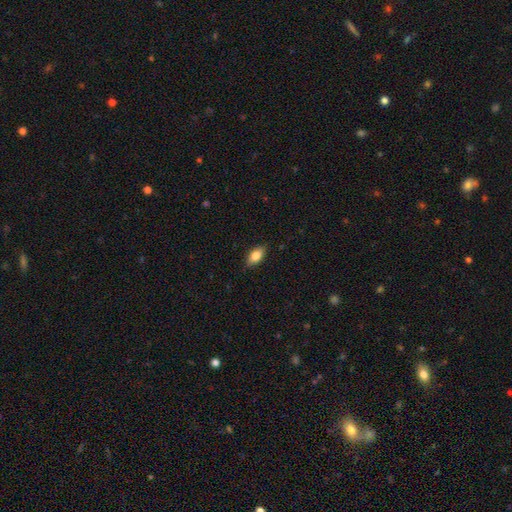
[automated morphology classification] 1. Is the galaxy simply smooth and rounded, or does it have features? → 79% smooth, 13% featured or disk, 8% star or artifact.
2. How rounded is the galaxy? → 88% in between, 7% cigar-shaped, 5% round.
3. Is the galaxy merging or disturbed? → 84% none, 13% minor disturbance, 2% major disturbance, 1% merger.